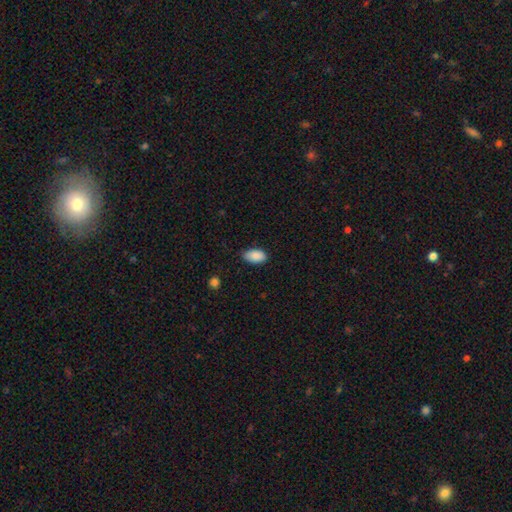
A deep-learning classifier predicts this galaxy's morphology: Smooth or featured? smooth (89%)
How rounded? in between (94%)
Merging? none (77%)